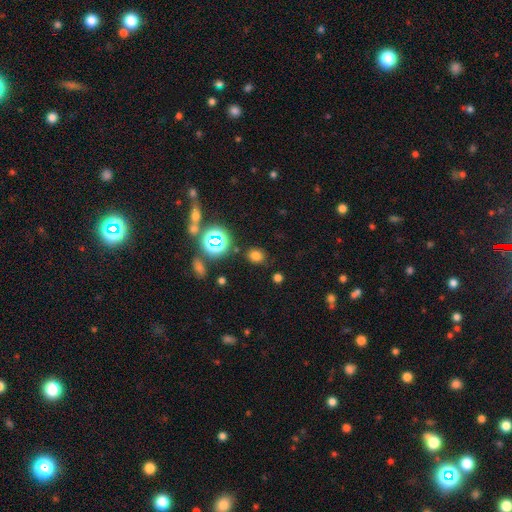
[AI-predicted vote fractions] Q: Smooth or featured?
A: smooth (69%); runner-up: star or artifact (24%)
Q: How rounded?
A: round (63%); runner-up: in between (35%)
Q: Merging?
A: none (84%); runner-up: minor disturbance (10%)